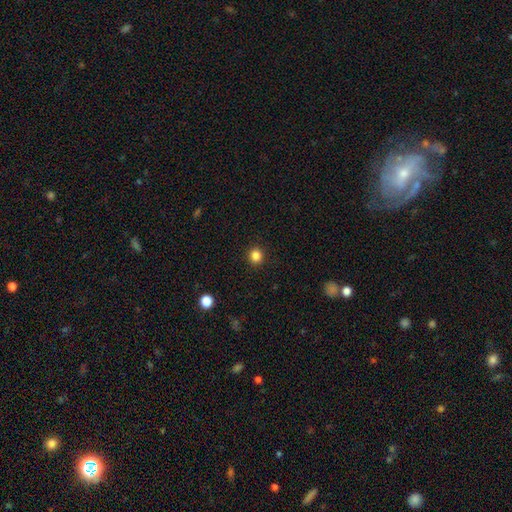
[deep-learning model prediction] The model was most divided on "smooth or featured": smooth: 84%, star or artifact: 12%, featured or disk: 4%. More confident: merging — none (92%); how rounded — round (92%).